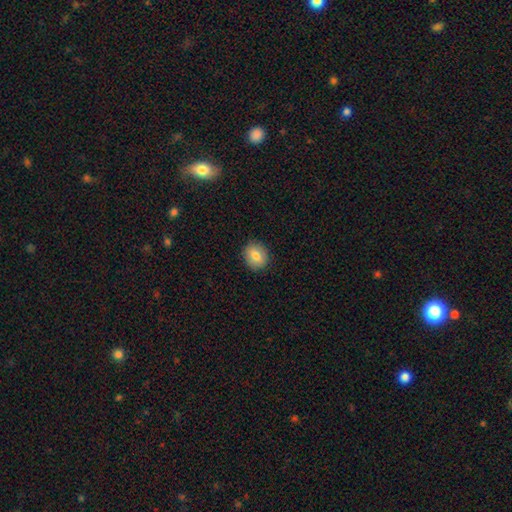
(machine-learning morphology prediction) Smooth or featured: smooth — 79% (featured or disk — 12%)
How rounded: round — 68% (in between — 31%)
Merging: none — 90% (minor disturbance — 8%)